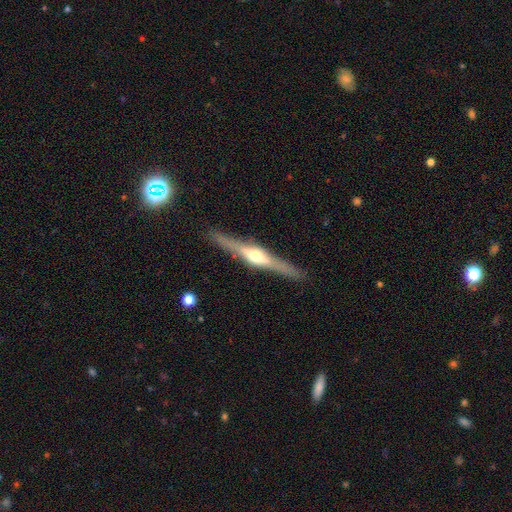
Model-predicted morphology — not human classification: Overall: featured or disk (78%). Edge-on disk: yes (97%). Edge-on bulge: rounded (92%). Merging: none (90%).